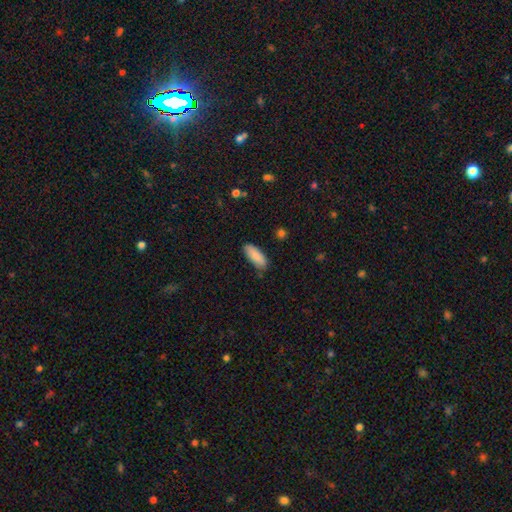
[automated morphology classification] Q: Smooth or featured?
A: smooth (88%); runner-up: featured or disk (6%)
Q: How rounded?
A: in between (73%); runner-up: cigar-shaped (25%)
Q: Merging?
A: none (78%); runner-up: minor disturbance (17%)